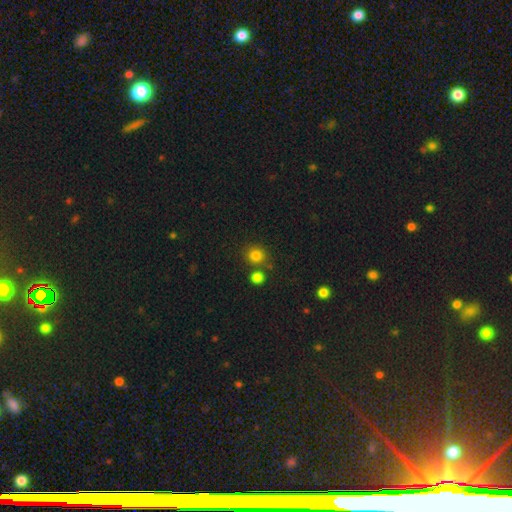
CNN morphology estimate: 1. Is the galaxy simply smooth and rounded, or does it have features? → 81% smooth, 13% star or artifact, 5% featured or disk.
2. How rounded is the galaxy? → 86% round, 14% in between, 1% cigar-shaped.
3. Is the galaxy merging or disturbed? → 75% none, 13% merger, 9% minor disturbance, 3% major disturbance.